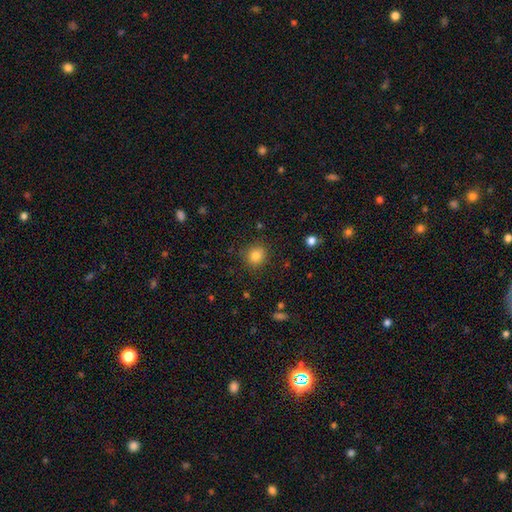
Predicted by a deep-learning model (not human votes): Overall: smooth (82%). How rounded: round (83%). Merging: none (86%).